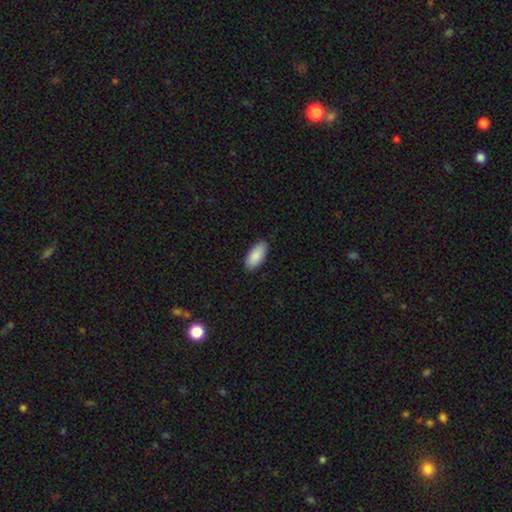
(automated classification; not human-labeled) A smooth galaxy with no disk features (90%) that is in between round and cigar-shaped (92%).

Vote fractions:
- Smooth or featured? smooth: 90% / star or artifact: 5% / featured or disk: 4%
- How rounded? in between: 92% / cigar-shaped: 7% / round: 2%
- Merging? none: 88% / minor disturbance: 10% / major disturbance: 2% / merger: 1%